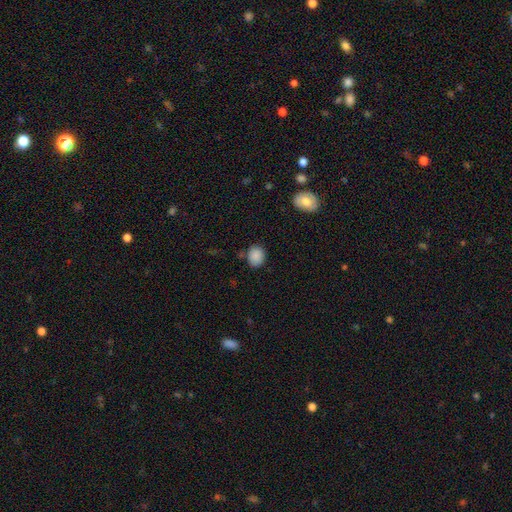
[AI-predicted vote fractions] Morphology: type=smooth (88%); roundness=round (59%); merging=none (78%).